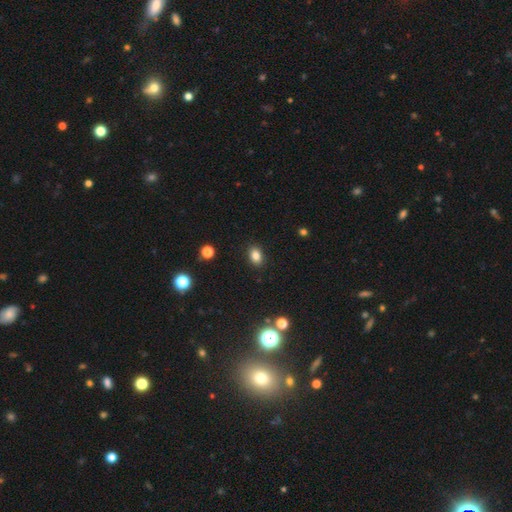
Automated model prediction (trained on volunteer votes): A smooth galaxy with no disk features (83%) that is in between round and cigar-shaped (77%). Merging: none (89%).